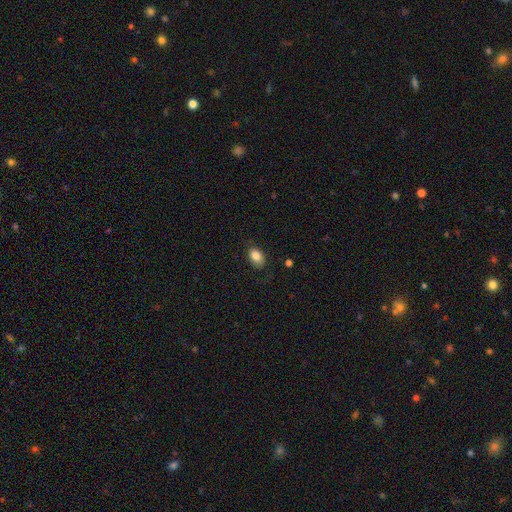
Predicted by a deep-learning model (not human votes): Overall: smooth (85%). How rounded: in between (89%). Merging: none (79%).